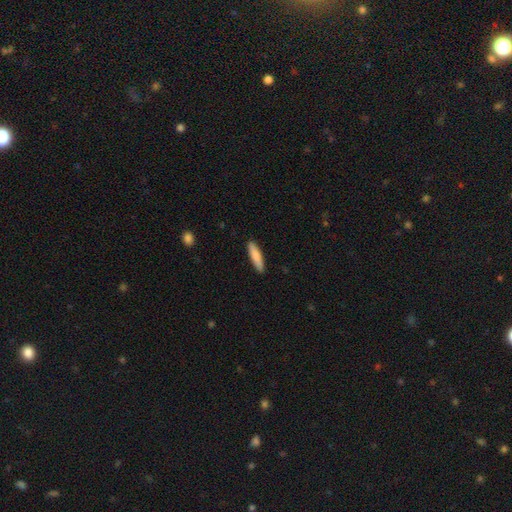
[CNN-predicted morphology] This is clearly a smooth galaxy (84%). How rounded: clearly cigar-shaped (81%). Merging: clearly none (90%).